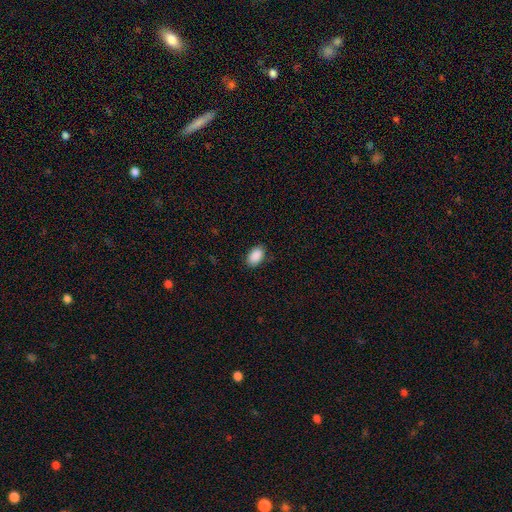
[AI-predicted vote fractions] This is clearly a smooth galaxy (90%). How rounded: clearly in between (91%). Merging: clearly none (85%).